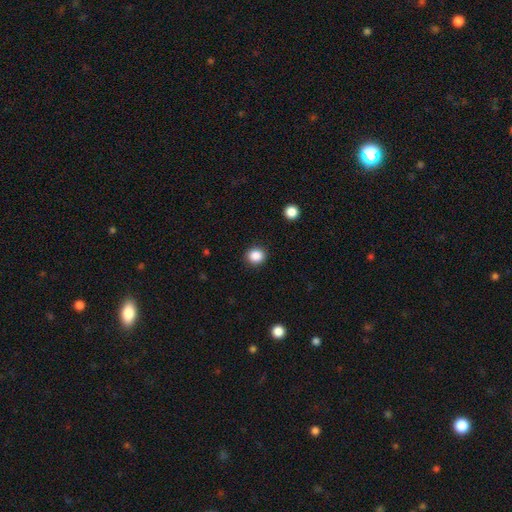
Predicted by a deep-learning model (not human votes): A smooth galaxy with no disk features (87%) that is round (81%).

Vote fractions:
- Smooth or featured? smooth: 87% / star or artifact: 10% / featured or disk: 3%
- How rounded? round: 81% / in between: 18% / cigar-shaped: 1%
- Merging? none: 90% / minor disturbance: 7% / major disturbance: 2% / merger: 1%